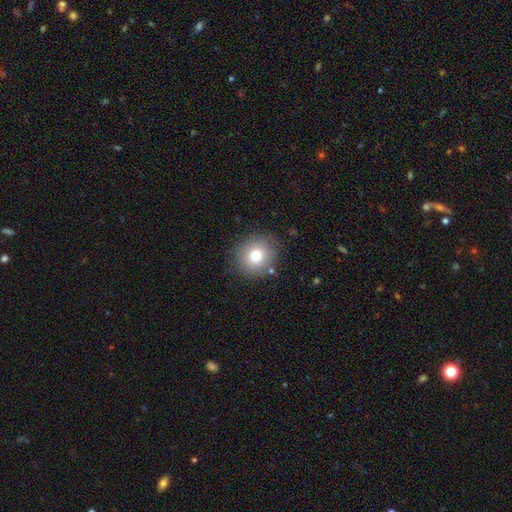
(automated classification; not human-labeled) Q: Smooth or featured?
A: smooth (77%); runner-up: star or artifact (11%)
Q: How rounded?
A: round (88%); runner-up: in between (11%)
Q: Merging?
A: none (85%); runner-up: minor disturbance (10%)